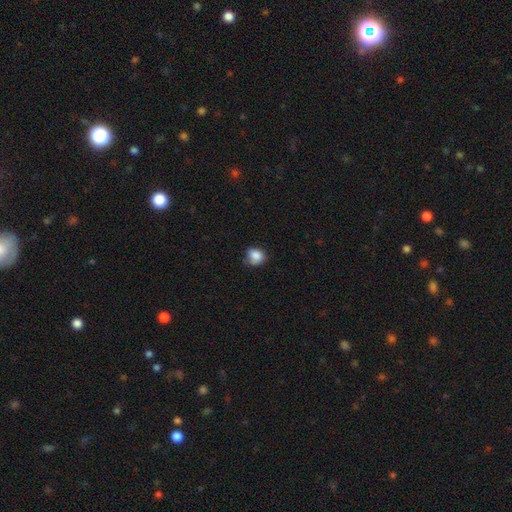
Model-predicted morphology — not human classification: smooth-or-featured: smooth: 85% | star or artifact: 9% | featured or disk: 6%
  how-rounded: round: 66% | in between: 33% | cigar-shaped: 1%
  merging: none: 59% | minor disturbance: 32% | major disturbance: 7% | merger: 2%